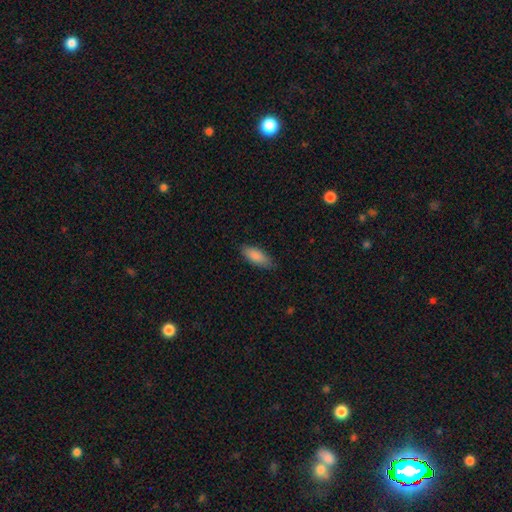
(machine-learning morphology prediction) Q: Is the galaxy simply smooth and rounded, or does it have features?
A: smooth — 87%.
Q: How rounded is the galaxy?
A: in between — 74%.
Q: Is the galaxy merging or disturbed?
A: none — 84%.